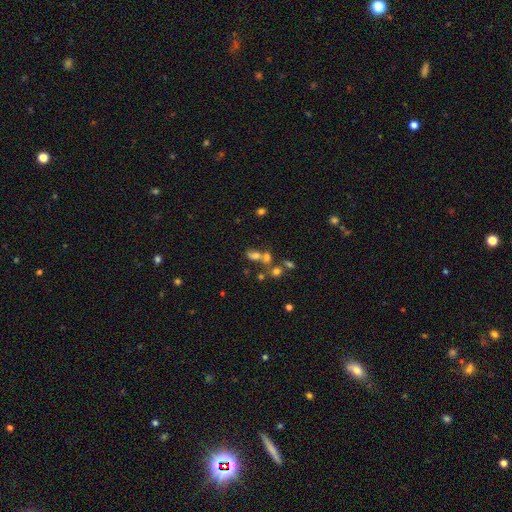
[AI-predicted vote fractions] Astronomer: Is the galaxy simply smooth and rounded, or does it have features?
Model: smooth — 56%.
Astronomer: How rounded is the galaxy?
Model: in between — 57% (runner-up: round, 39%).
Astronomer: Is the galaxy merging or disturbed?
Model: merger — 47% (runner-up: none, 33%).